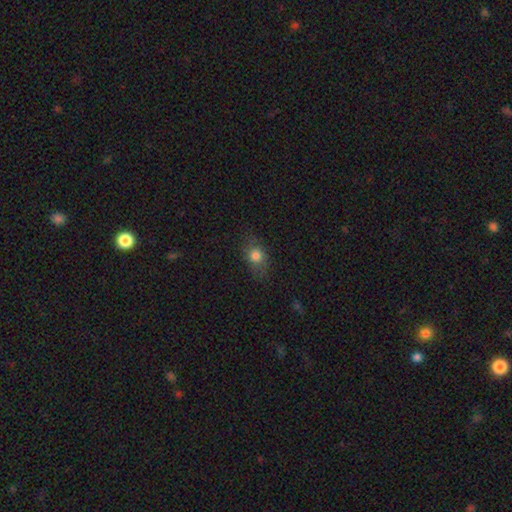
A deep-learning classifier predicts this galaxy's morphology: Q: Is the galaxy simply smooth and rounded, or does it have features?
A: smooth — 76%.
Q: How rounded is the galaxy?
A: in between — 57%.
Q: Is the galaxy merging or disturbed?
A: none — 72%.